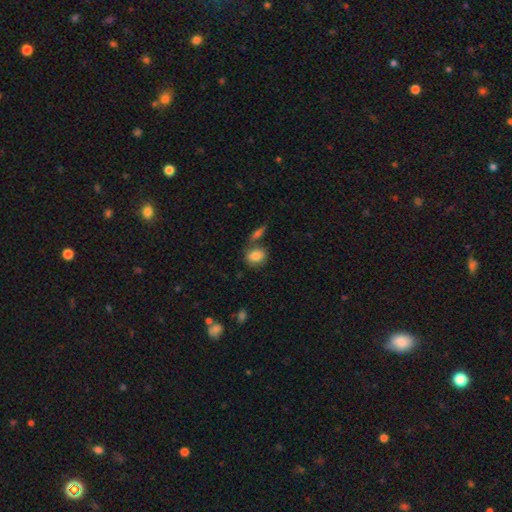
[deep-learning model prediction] Smooth or featured?
  - smooth: 83% *
  - featured or disk: 9%
  - star or artifact: 8%
How rounded?
  - round: 52% *
  - in between: 46%
  - cigar-shaped: 2%
Merging?
  - none: 61% *
  - merger: 23%
  - minor disturbance: 12%
  - major disturbance: 4%